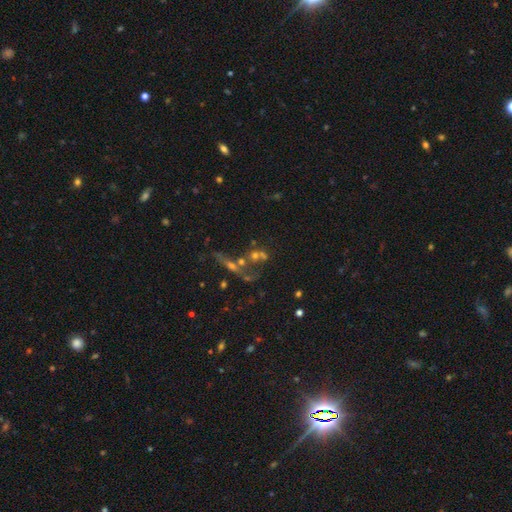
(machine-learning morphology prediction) A featured or disk galaxy (37%).

Vote fractions:
- Smooth or featured? featured or disk: 37% / star or artifact: 34% / smooth: 29%
- Merging? merger: 45% / none: 31% / major disturbance: 14% / minor disturbance: 9%